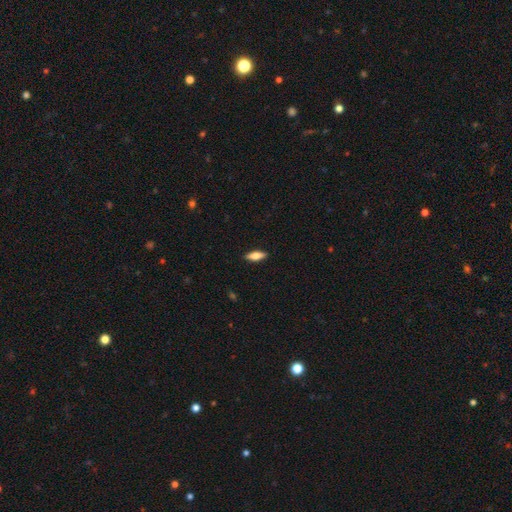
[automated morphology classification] Smooth or featured? smooth (64%)
How rounded? in between (62%)
Merging? none (89%)